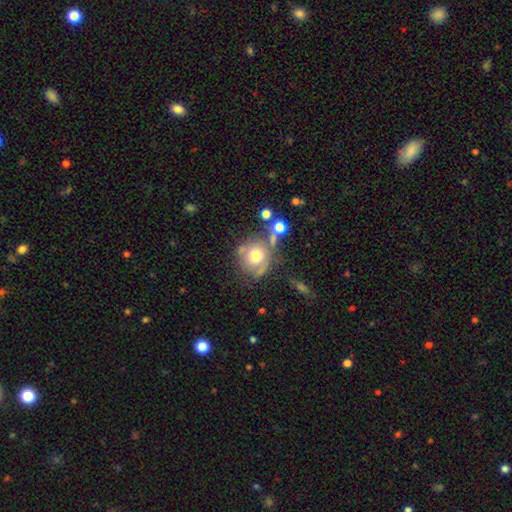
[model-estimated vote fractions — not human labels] smooth_or_featured: smooth (p=0.62) [alt: featured or disk p=0.27]
how_rounded: round (p=0.83) [alt: in between p=0.16]
merging: none (p=0.49) [alt: minor disturbance p=0.19]